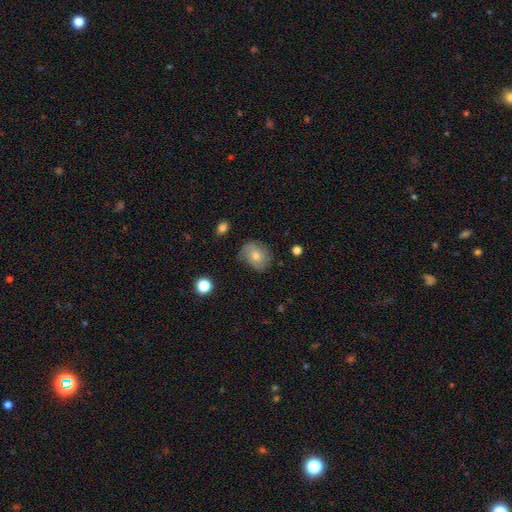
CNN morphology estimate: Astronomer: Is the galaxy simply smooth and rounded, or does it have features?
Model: smooth — 56% (runner-up: featured or disk, 33%).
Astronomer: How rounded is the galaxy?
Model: round — 56% (runner-up: in between, 42%).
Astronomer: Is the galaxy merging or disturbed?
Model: none — 67%.